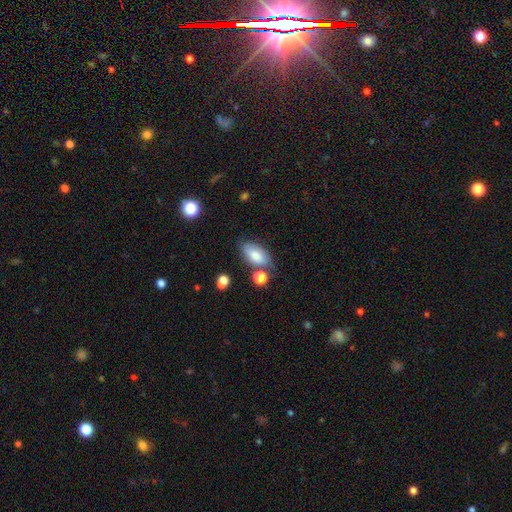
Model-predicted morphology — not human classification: The model was most divided on "merging": none: 66%, minor disturbance: 18%, merger: 11%, major disturbance: 5%. More confident: how rounded — in between (91%); smooth or featured — smooth (78%).